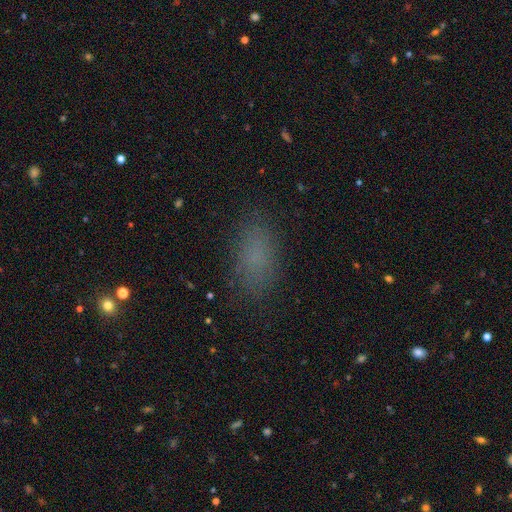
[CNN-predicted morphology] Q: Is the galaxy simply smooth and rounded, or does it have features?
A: smooth — 78%.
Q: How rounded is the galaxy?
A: in between — 88%.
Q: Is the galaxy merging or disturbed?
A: none — 83%.